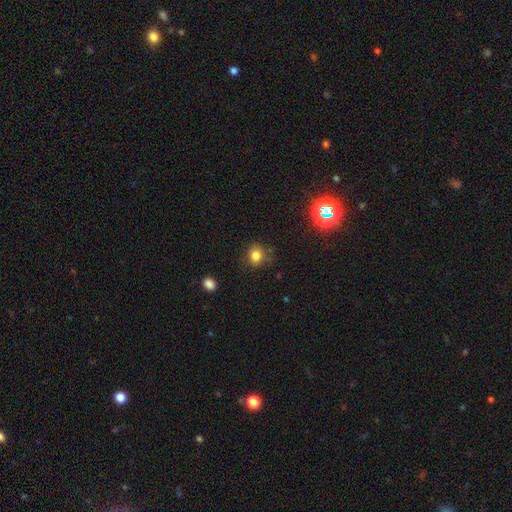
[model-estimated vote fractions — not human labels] Smooth or featured? Predicted: smooth (p=0.80). How rounded? Predicted: round (p=0.73). Merging? Predicted: none (p=0.79).